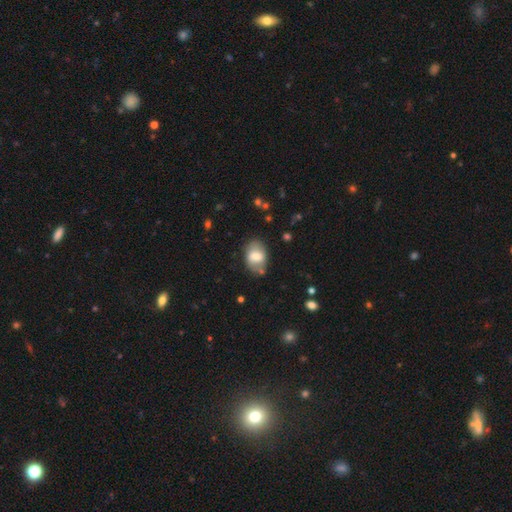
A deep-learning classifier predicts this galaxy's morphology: This appears to be a smooth galaxy with no disk features (68%) that is in between round and cigar-shaped (82%). Merging: none (71%).